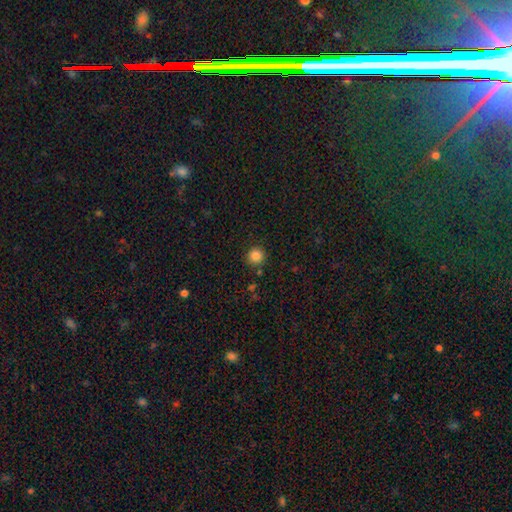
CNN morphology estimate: smooth_or_featured: smooth (p=0.85) [alt: star or artifact p=0.11]
how_rounded: round (p=0.94) [alt: in between p=0.05]
merging: none (p=0.89) [alt: minor disturbance p=0.07]